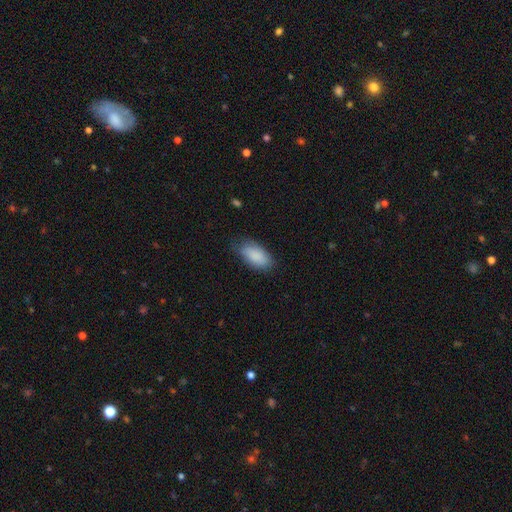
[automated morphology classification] smooth-or-featured: smooth: 87% | featured or disk: 7% | star or artifact: 6%
  how-rounded: in between: 93% | cigar-shaped: 5% | round: 2%
  merging: none: 71% | minor disturbance: 23% | major disturbance: 5% | merger: 1%